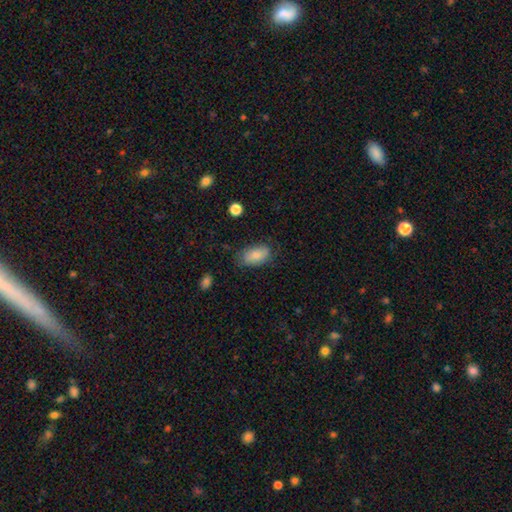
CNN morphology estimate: Overall: smooth (82%). How rounded: in between (93%). Merging: none (73%).